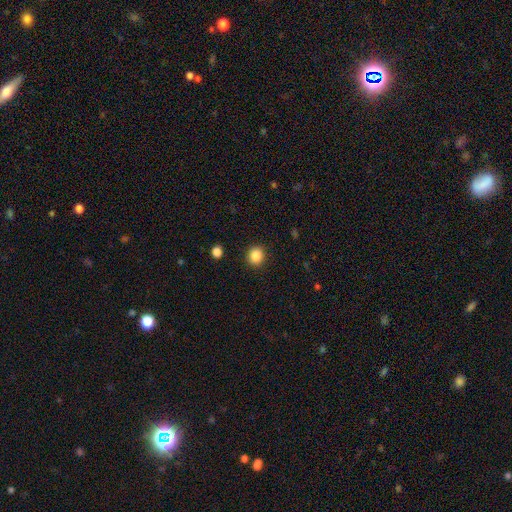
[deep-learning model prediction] A smooth galaxy with no disk features (87%) that is round (82%). Merging: none (91%).